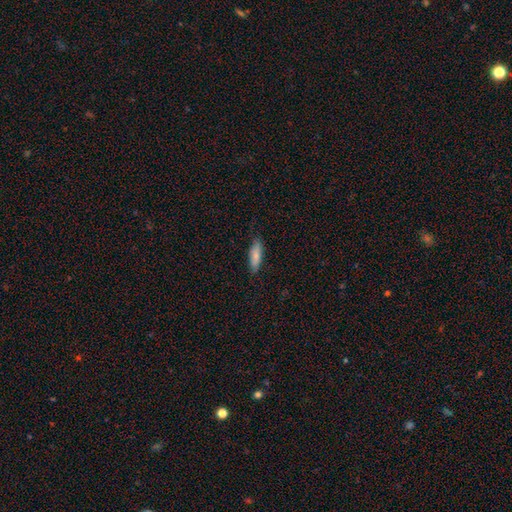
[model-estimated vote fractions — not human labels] Overall: smooth (81%). How rounded: in between (49%, tied with cigar-shaped). Merging: none (84%).